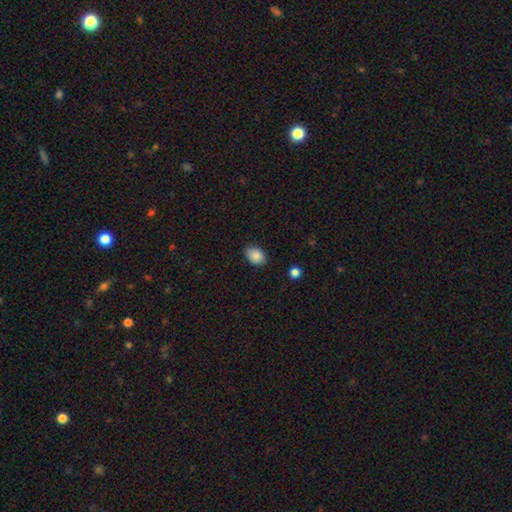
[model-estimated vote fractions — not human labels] smooth_or_featured: smooth (p=0.88) [alt: star or artifact p=0.08]
how_rounded: in between (p=0.77) [alt: round p=0.22]
merging: none (p=0.85) [alt: minor disturbance p=0.11]